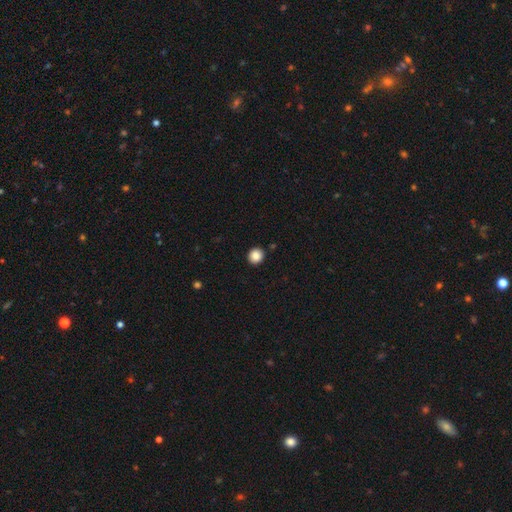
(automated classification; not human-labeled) Morphology: type=smooth (87%); roundness=round (92%); merging=none (92%).